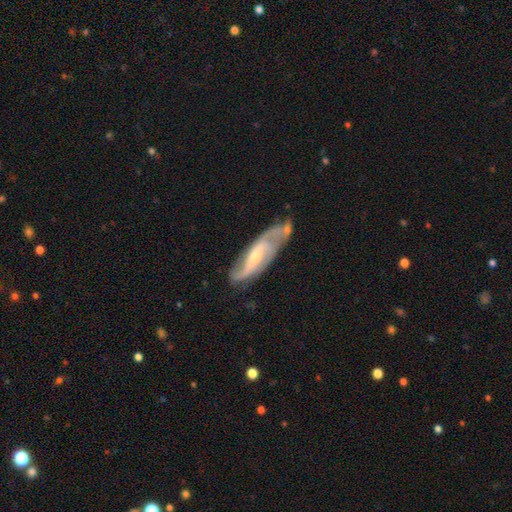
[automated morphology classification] Smooth or featured: featured or disk — 80% (smooth — 14%)
Edge-on disk: no — 85% (yes — 15%)
Bar: weak — 41% (tied with no — 41%)
Spiral arms: yes — 93% (no — 7%)
Spiral winding: medium — 43% (loose — 36%)
Spiral arm count: 2 — 72% (can't tell — 13%)
Bulge size: small — 62% (moderate — 33%)
Merging: none — 57% (minor disturbance — 25%)